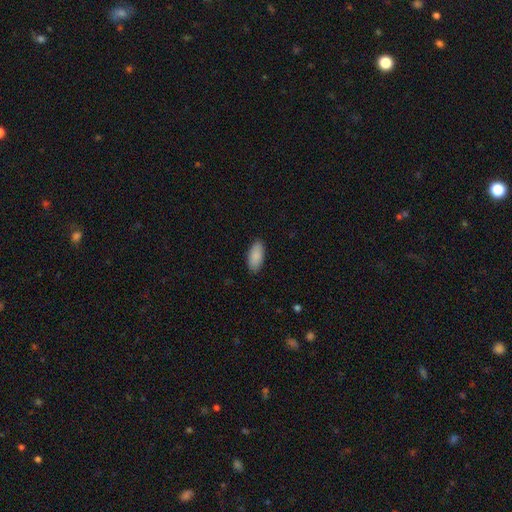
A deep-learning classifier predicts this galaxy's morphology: Overall: smooth (89%). How rounded: in between (91%). Merging: none (88%).